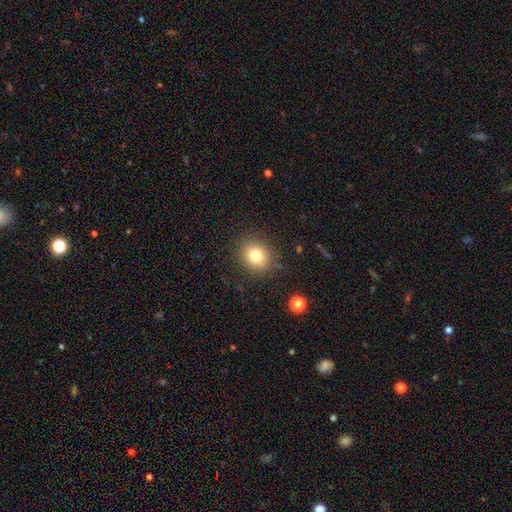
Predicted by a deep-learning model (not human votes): smooth 78%, star or artifact 13%, featured or disk 10%. Down the decision tree: how rounded — round (75%); merging — none (85%).